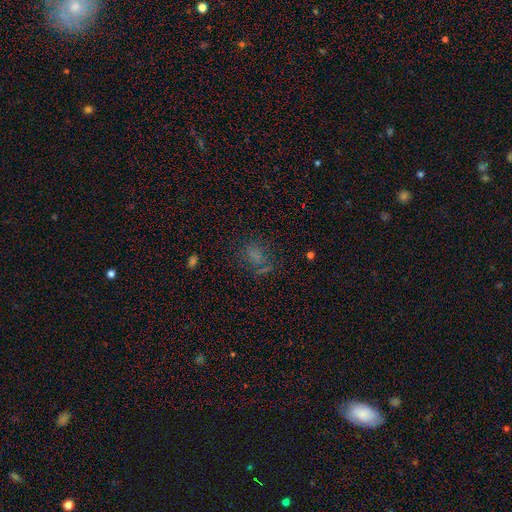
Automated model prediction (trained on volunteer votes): Q: Smooth or featured?
A: smooth (54%); runner-up: star or artifact (33%)
Q: How rounded?
A: in between (54%); runner-up: round (43%)
Q: Merging?
A: none (63%); runner-up: minor disturbance (19%)